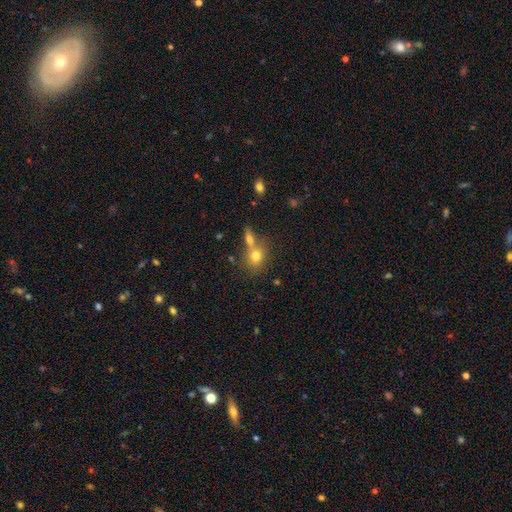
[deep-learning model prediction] Smooth or featured: smooth — 74% (featured or disk — 14%)
How rounded: round — 60% (in between — 38%)
Merging: none — 46% (merger — 40%)